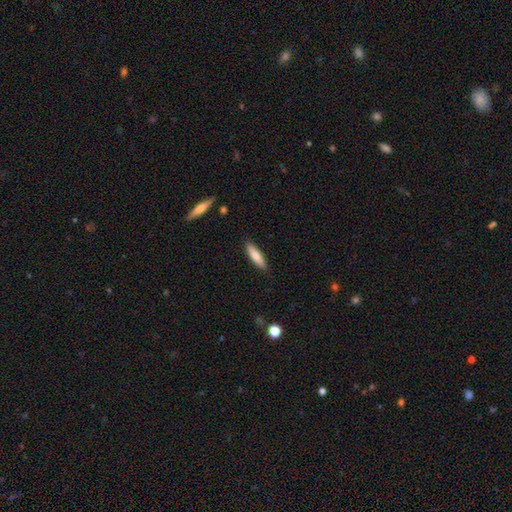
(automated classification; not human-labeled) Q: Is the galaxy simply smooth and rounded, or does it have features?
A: smooth — 75%.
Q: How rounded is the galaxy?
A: cigar-shaped — 67%.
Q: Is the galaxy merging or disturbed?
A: none — 88%.